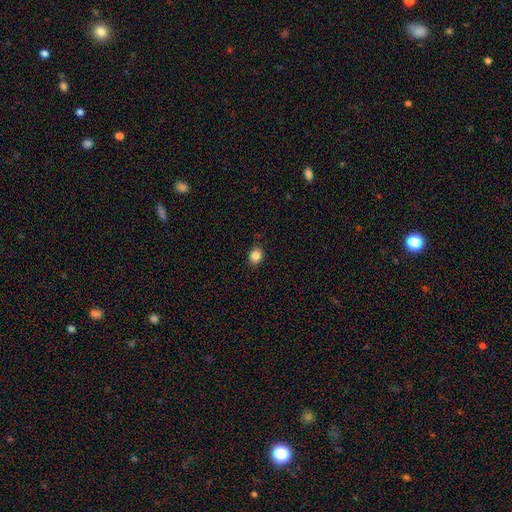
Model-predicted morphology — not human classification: This is clearly a smooth galaxy (86%). How rounded: possibly round (51%). Merging: clearly none (87%).